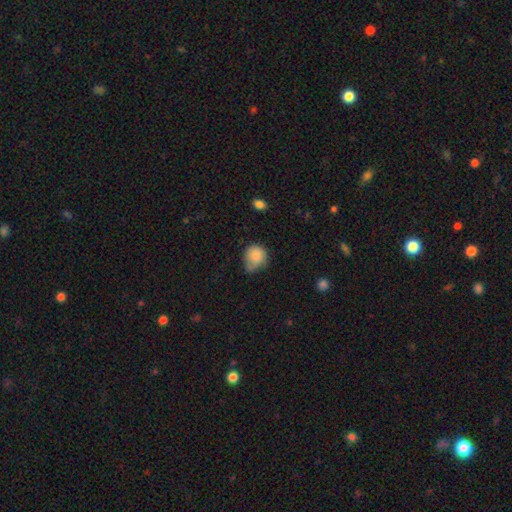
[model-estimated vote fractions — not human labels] Smooth or featured? Predicted: smooth (p=0.83). How rounded? Predicted: round (p=0.78). Merging? Predicted: none (p=0.42).